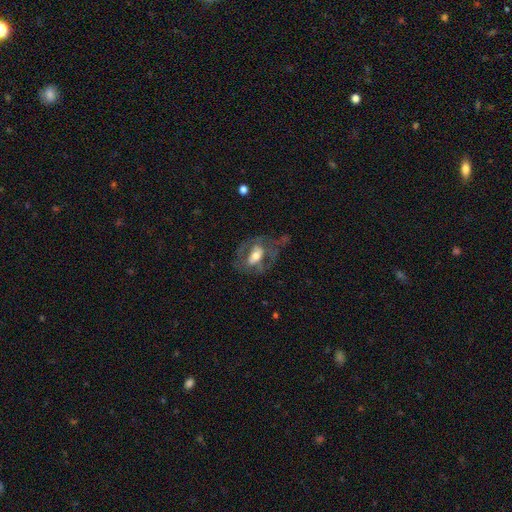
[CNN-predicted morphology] Smooth or featured? Predicted: featured or disk (p=0.62). Edge-on disk? Predicted: no (p=0.91). Bar? Predicted: no (p=0.45). Spiral arms? Predicted: no (p=0.52). Bulge size? Predicted: moderate (p=0.57). Merging? Predicted: none (p=0.39).